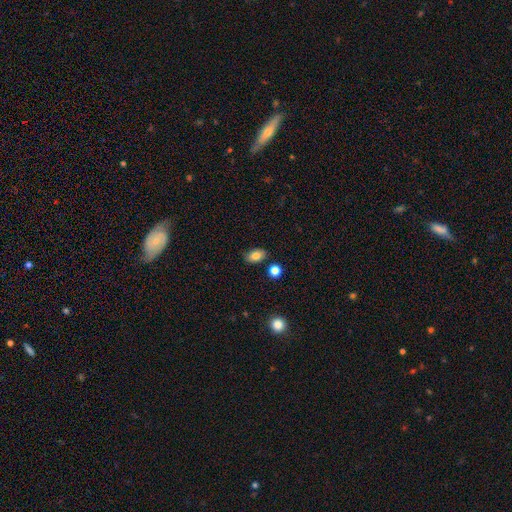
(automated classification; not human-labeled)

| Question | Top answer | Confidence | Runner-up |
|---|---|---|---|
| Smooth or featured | smooth | 82% | featured or disk (9%) |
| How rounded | in between | 87% | round (11%) |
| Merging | none | 82% | minor disturbance (12%) |